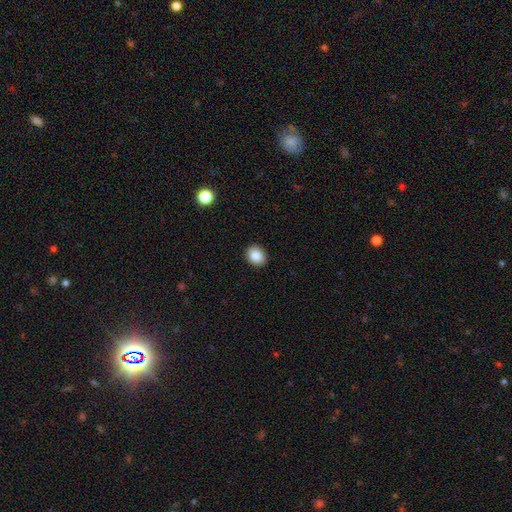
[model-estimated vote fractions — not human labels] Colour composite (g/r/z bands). It shows a smooth galaxy with no disk features (86%) that is round (56%). Merging: none (91%).